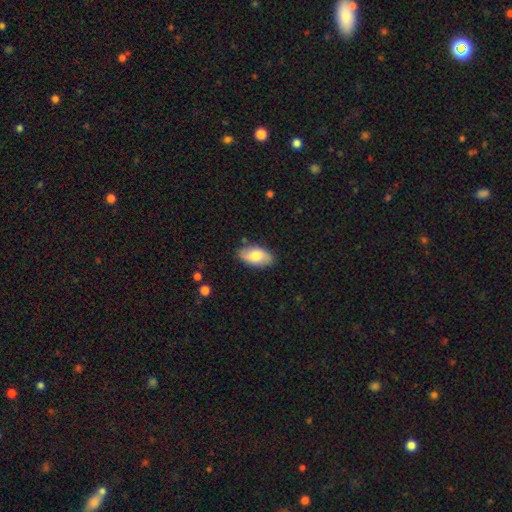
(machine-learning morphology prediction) Smooth or featured: smooth — 72% (featured or disk — 21%)
How rounded: in between — 94% (round — 4%)
Merging: none — 81% (minor disturbance — 14%)